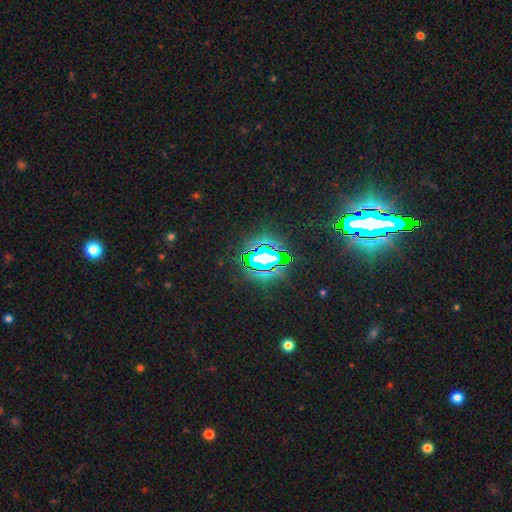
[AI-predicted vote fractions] smooth_or_featured: star or artifact (p=0.81) [alt: smooth p=0.11]